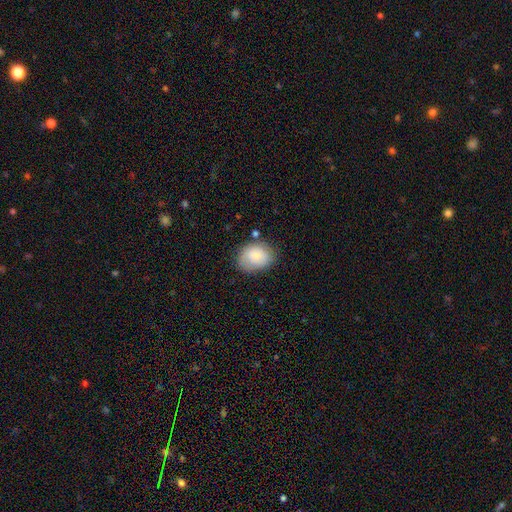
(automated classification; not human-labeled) Overall: smooth (78%). How rounded: in between (68%; round 31%). Merging: none (70%).